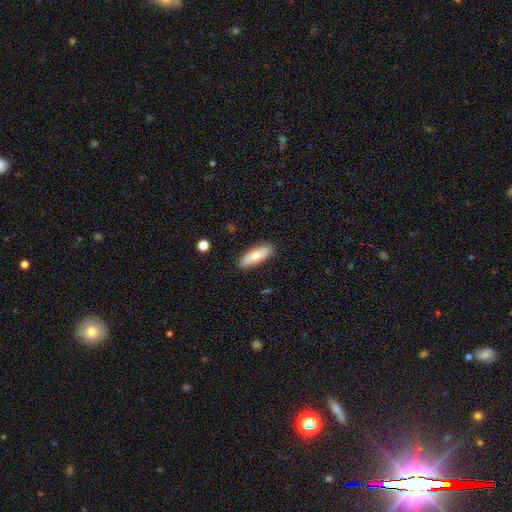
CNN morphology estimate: type=smooth (75%); roundness=in between (52%); merging=none (87%).